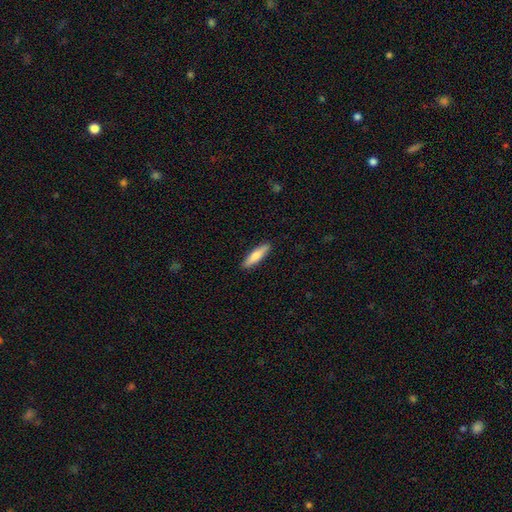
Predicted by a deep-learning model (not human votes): Morphology: type=smooth (77%); roundness=cigar-shaped (75%); merging=none (90%).